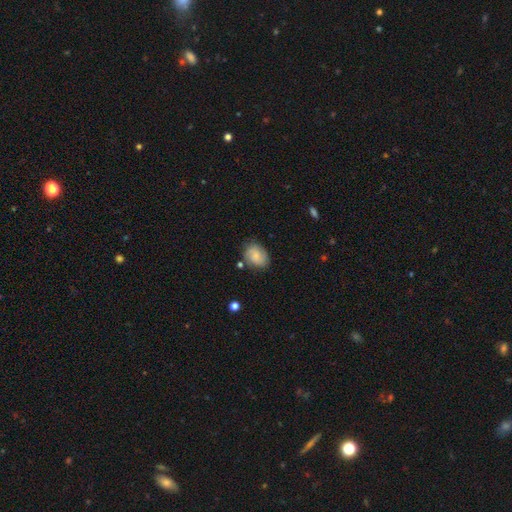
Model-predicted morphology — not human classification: smooth_or_featured: featured or disk (p=0.48) [alt: smooth p=0.44]
merging: none (p=0.72) [alt: minor disturbance p=0.19]